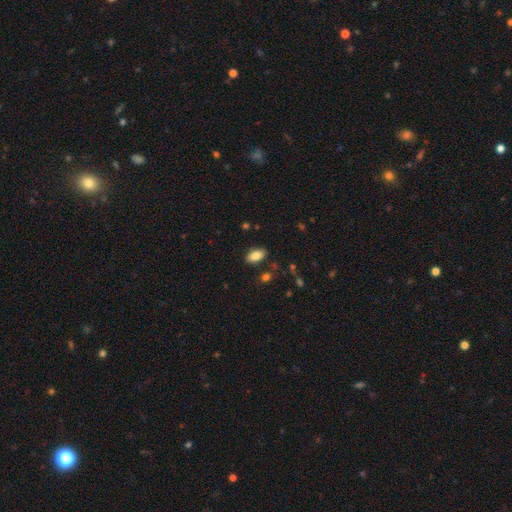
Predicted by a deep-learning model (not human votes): smooth 84%, featured or disk 8%, star or artifact 8%. Down the decision tree: how rounded — in between (92%); merging — none (85%).